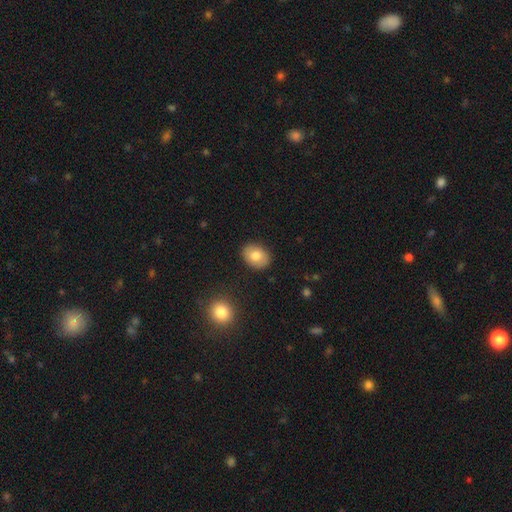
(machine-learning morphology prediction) Smooth or featured?
  - smooth: 78% *
  - featured or disk: 14%
  - star or artifact: 8%
How rounded?
  - in between: 61% *
  - round: 38%
  - cigar-shaped: 1%
Merging?
  - none: 87% *
  - minor disturbance: 9%
  - major disturbance: 2%
  - merger: 2%